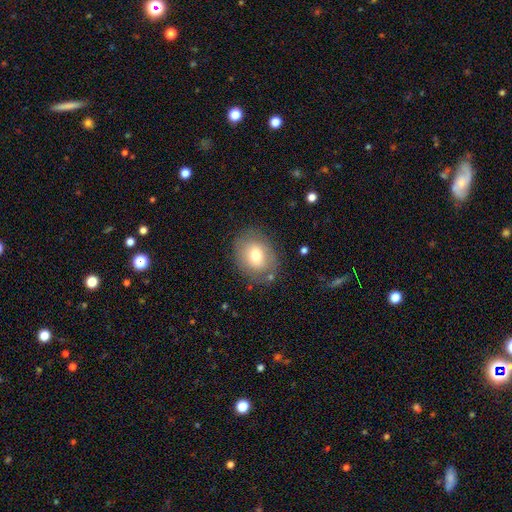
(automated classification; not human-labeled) Smooth or featured?
  - smooth: 70% *
  - featured or disk: 21%
  - star or artifact: 8%
How rounded?
  - in between: 58% *
  - round: 41%
  - cigar-shaped: 1%
Merging?
  - none: 79% *
  - minor disturbance: 14%
  - major disturbance: 5%
  - merger: 2%